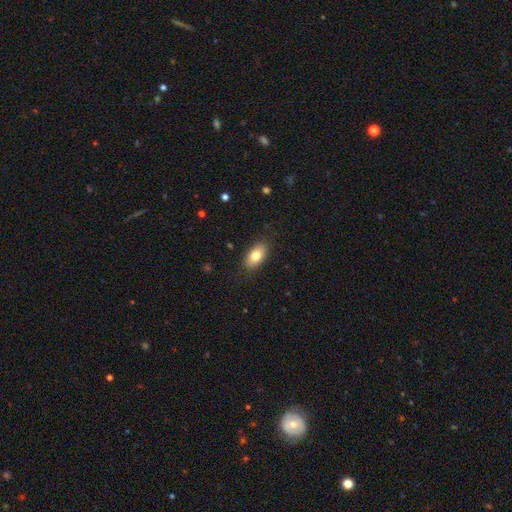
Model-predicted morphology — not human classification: smooth-or-featured: smooth: 80% | featured or disk: 13% | star or artifact: 8%
  how-rounded: in between: 91% | round: 6% | cigar-shaped: 3%
  merging: none: 85% | minor disturbance: 11% | major disturbance: 3% | merger: 1%